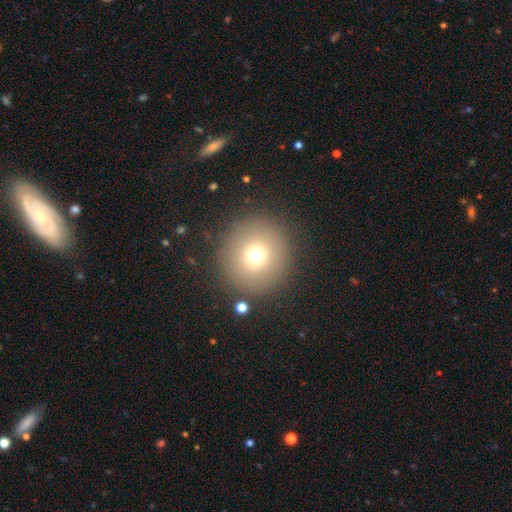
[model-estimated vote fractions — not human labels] Morphology: type=smooth (71%); roundness=round (94%); merging=none (87%).